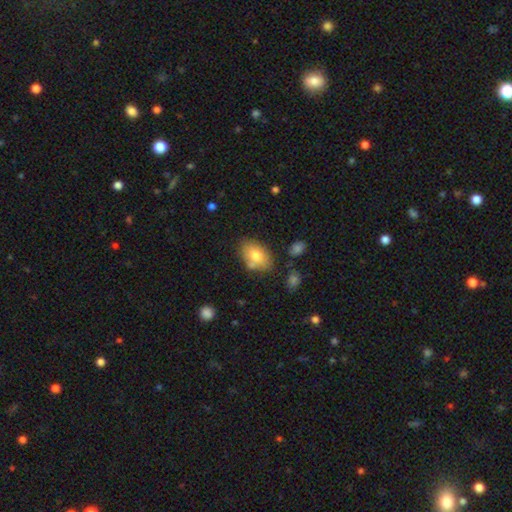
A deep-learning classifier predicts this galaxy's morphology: Smooth or featured? smooth (75%)
How rounded? in between (85%)
Merging? none (70%)